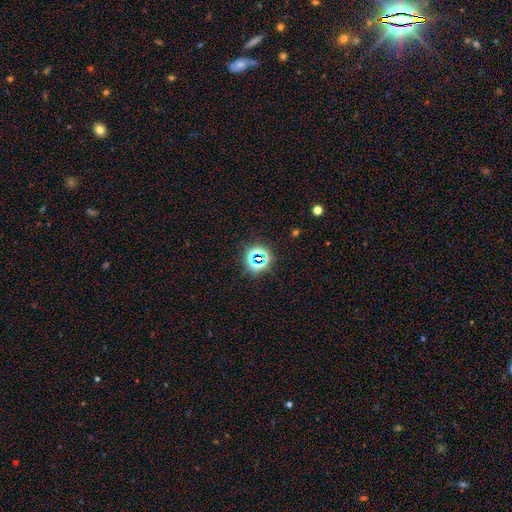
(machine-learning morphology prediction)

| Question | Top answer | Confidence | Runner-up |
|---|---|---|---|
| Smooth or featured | star or artifact | 70% | smooth (21%) |